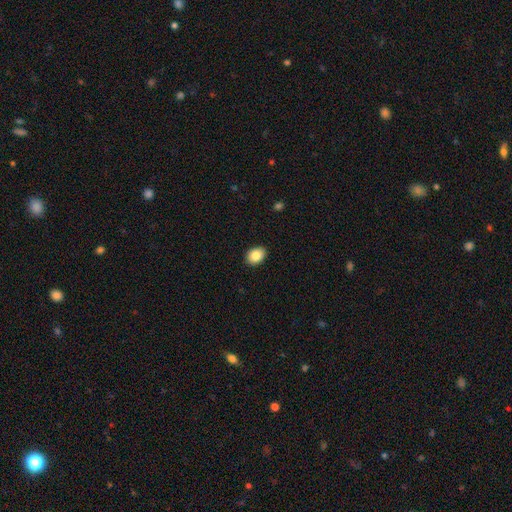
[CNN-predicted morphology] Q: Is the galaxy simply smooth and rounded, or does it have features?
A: smooth — 86%.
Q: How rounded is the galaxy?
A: in between — 72%.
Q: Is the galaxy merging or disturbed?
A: none — 90%.